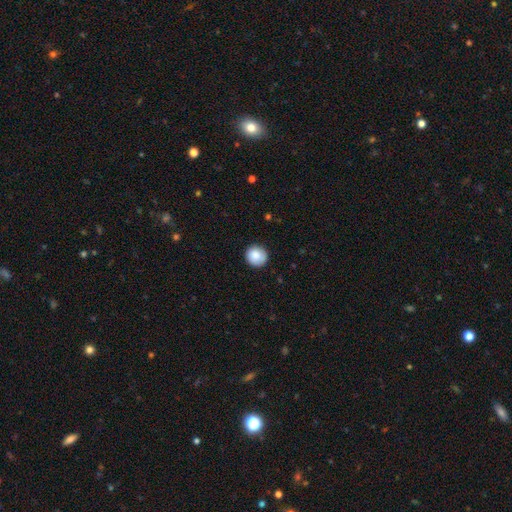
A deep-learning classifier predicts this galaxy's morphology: Smooth or featured? smooth (86%)
How rounded? round (94%)
Merging? none (88%)